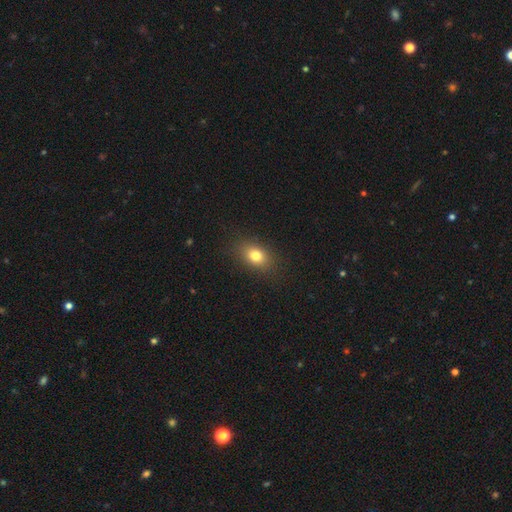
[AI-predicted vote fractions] The model was most divided on "how rounded": in between: 71%, round: 27%, cigar-shaped: 2%. More confident: merging — none (86%); smooth or featured — smooth (79%).